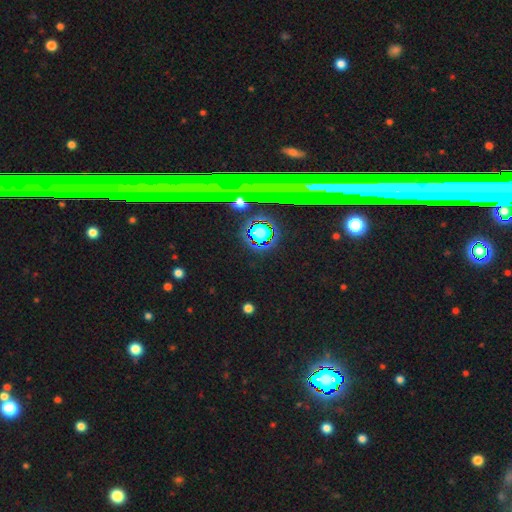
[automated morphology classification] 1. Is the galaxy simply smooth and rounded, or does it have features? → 70% star or artifact, 16% featured or disk, 15% smooth.